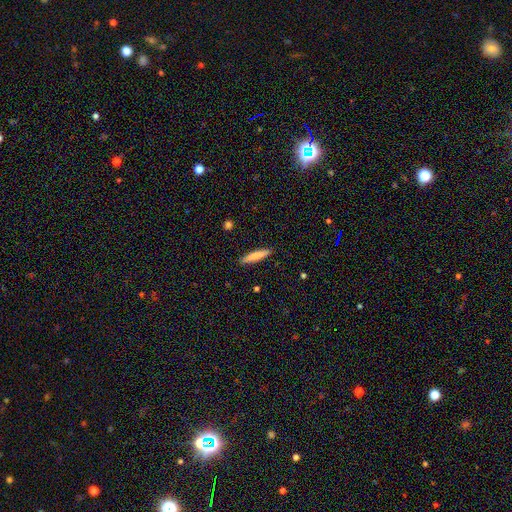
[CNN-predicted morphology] Smooth or featured: smooth — 80% (featured or disk — 15%)
How rounded: cigar-shaped — 89% (in between — 10%)
Merging: none — 90% (minor disturbance — 7%)